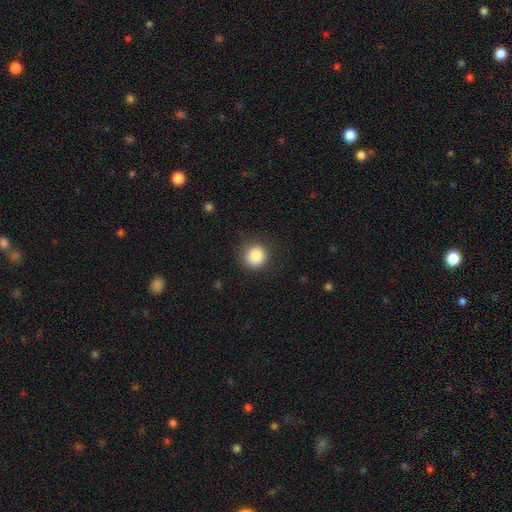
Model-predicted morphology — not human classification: smooth-or-featured: smooth: 87% | star or artifact: 9% | featured or disk: 4%
  how-rounded: round: 92% | in between: 7% | cigar-shaped: 1%
  merging: none: 86% | minor disturbance: 9% | major disturbance: 4% | merger: 1%